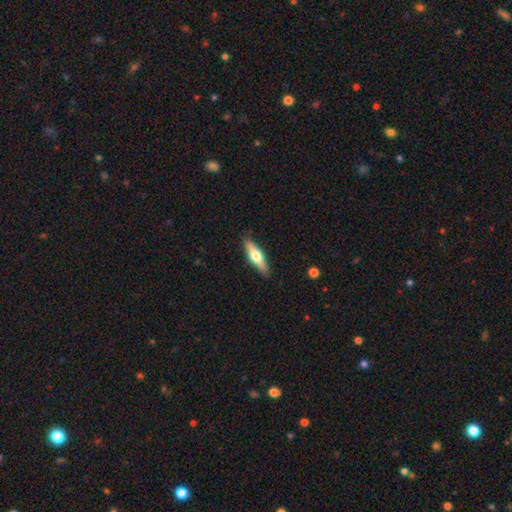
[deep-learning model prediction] Smooth or featured? Predicted: featured or disk (p=0.54). Edge-on disk? Predicted: yes (p=0.94). Edge-on bulge? Predicted: rounded (p=0.95). Merging? Predicted: none (p=0.89).